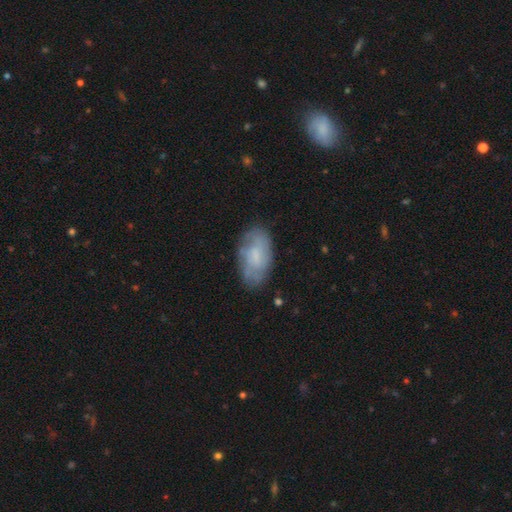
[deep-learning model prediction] smooth_or_featured: smooth (p=0.49) [alt: featured or disk p=0.44]
merging: none (p=0.73) [alt: minor disturbance p=0.20]